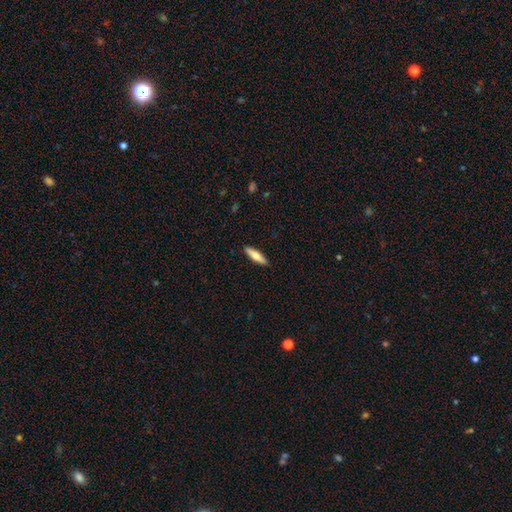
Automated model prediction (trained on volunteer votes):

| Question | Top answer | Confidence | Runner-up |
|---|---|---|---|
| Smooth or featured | smooth | 64% | featured or disk (30%) |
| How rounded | cigar-shaped | 73% | in between (25%) |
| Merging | none | 91% | minor disturbance (7%) |